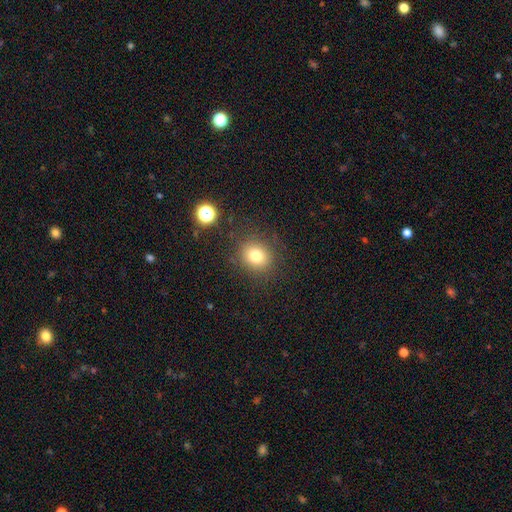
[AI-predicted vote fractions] Smooth or featured: smooth — 78% (star or artifact — 14%)
How rounded: round — 77% (in between — 22%)
Merging: none — 85% (minor disturbance — 9%)